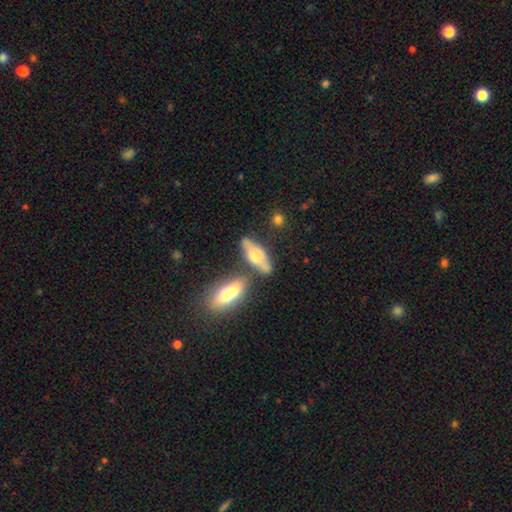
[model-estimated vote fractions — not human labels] Morphology: type=featured or disk (47%); merging=none (57%).